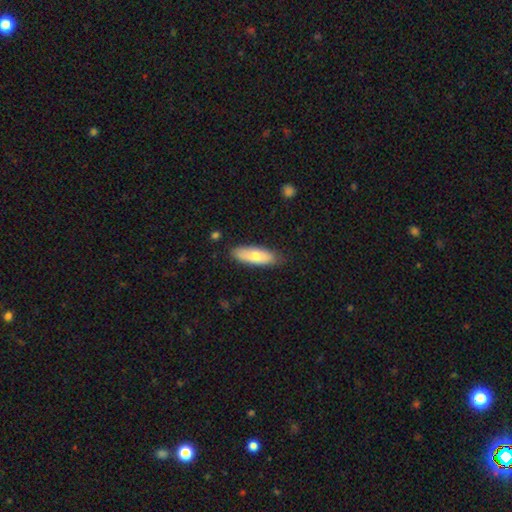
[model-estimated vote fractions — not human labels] smooth_or_featured: smooth (p=0.69) [alt: featured or disk p=0.25]
how_rounded: in between (p=0.65) [alt: cigar-shaped p=0.32]
merging: none (p=0.83) [alt: minor disturbance p=0.13]